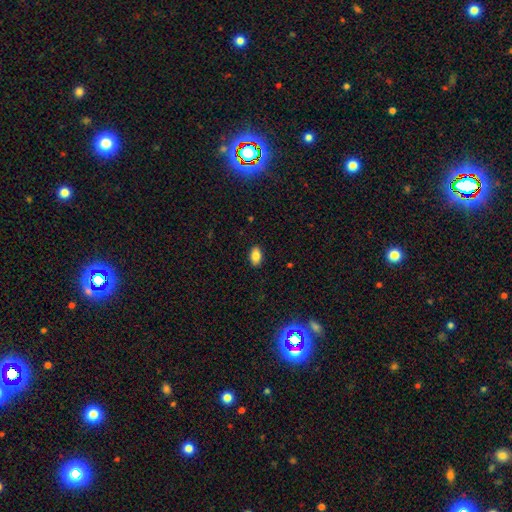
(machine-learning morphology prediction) smooth-or-featured: smooth: 83% | star or artifact: 9% | featured or disk: 7%
  how-rounded: in between: 90% | round: 8% | cigar-shaped: 2%
  merging: none: 88% | minor disturbance: 9% | major disturbance: 2% | merger: 1%